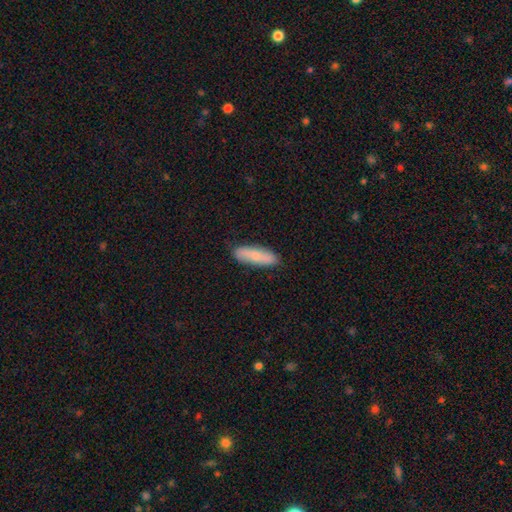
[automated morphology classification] Overall: smooth (73%). How rounded: cigar-shaped (55%; in between 43%). Merging: none (87%).